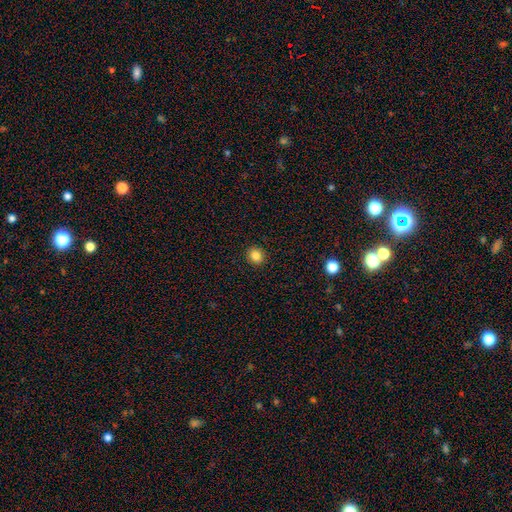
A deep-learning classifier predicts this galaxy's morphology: type=smooth (84%); roundness=round (74%); merging=none (91%).